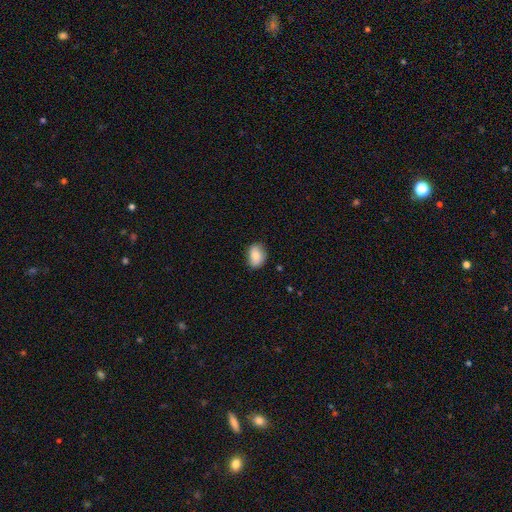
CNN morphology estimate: This is clearly a smooth galaxy (82%). How rounded: likely in between (71%). Merging: likely none (79%).